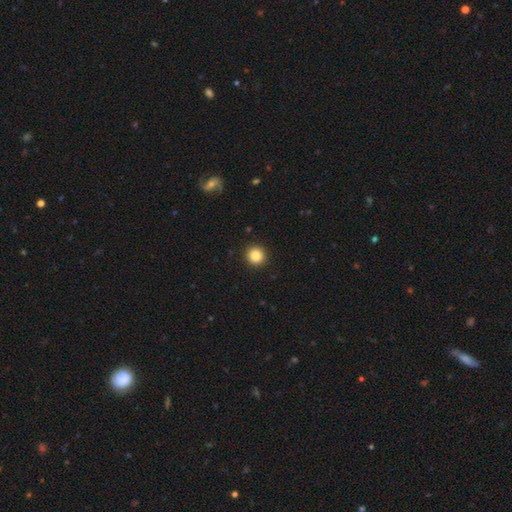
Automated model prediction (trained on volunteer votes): Smooth or featured?
  - smooth: 87% *
  - star or artifact: 10%
  - featured or disk: 3%
How rounded?
  - round: 95% *
  - in between: 4%
  - cigar-shaped: 1%
Merging?
  - none: 93% *
  - minor disturbance: 4%
  - major disturbance: 2%
  - merger: 1%